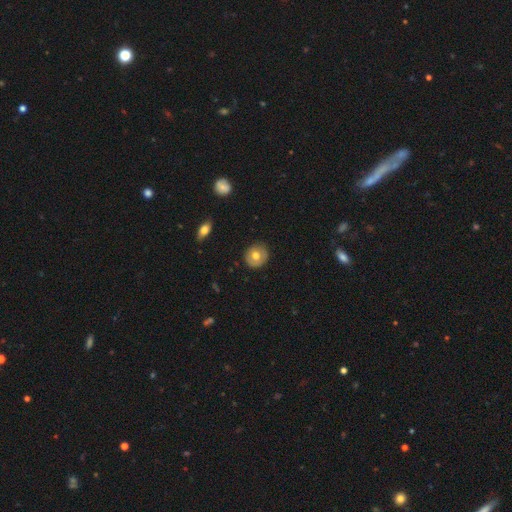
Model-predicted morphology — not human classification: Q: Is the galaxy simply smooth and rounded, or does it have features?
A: smooth — 68%.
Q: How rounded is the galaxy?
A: round — 86%.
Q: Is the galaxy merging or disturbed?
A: none — 87%.